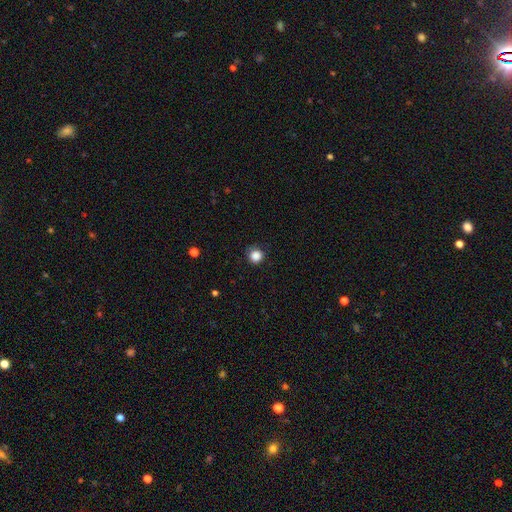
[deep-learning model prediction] Smooth or featured? smooth (85%)
How rounded? round (93%)
Merging? none (83%)